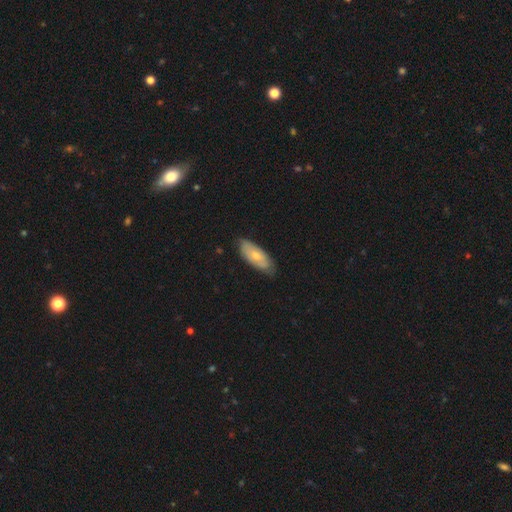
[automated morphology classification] type=smooth (58%); roundness=in between (84%); merging=none (74%).